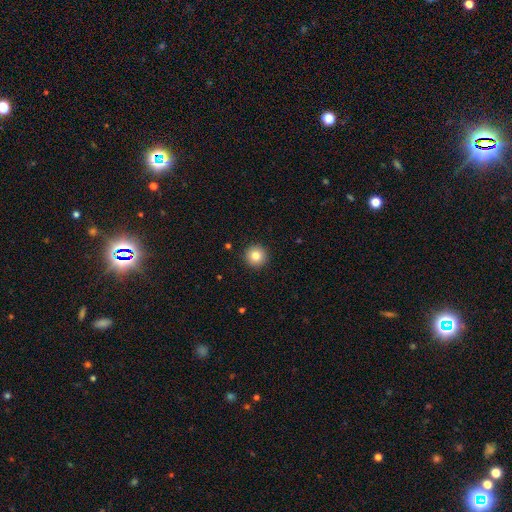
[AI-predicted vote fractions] Overall: smooth (83%). How rounded: round (96%). Merging: none (93%).